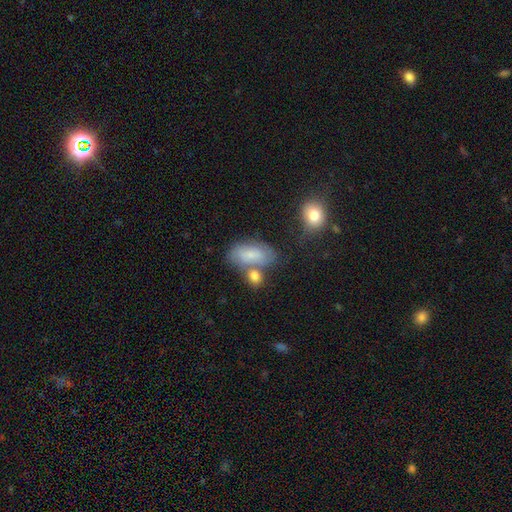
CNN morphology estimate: type=smooth (58%); roundness=in between (83%); merging=none (52%).